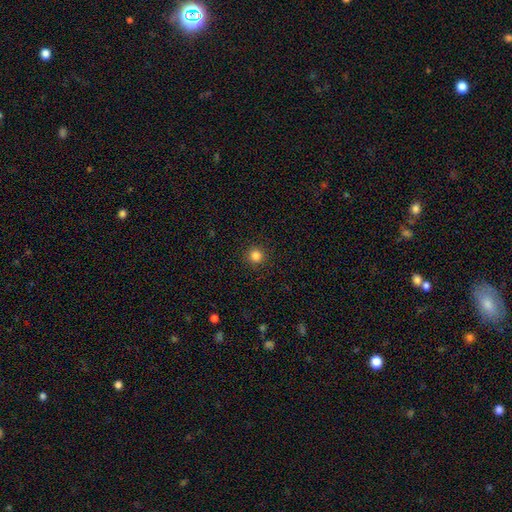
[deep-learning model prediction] smooth_or_featured: smooth (p=0.84) [alt: star or artifact p=0.12]
how_rounded: round (p=0.95) [alt: in between p=0.04]
merging: none (p=0.93) [alt: minor disturbance p=0.05]